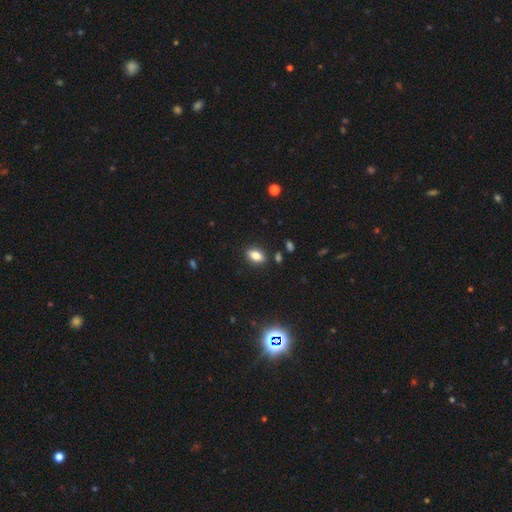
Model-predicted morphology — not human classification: Q: Smooth or featured?
A: smooth (80%); runner-up: featured or disk (10%)
Q: How rounded?
A: in between (85%); runner-up: round (10%)
Q: Merging?
A: none (87%); runner-up: minor disturbance (9%)